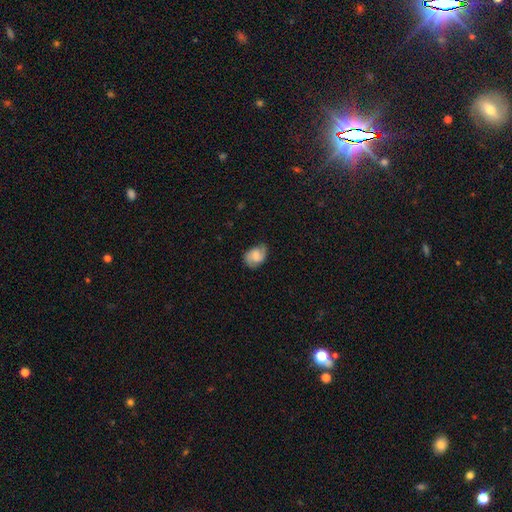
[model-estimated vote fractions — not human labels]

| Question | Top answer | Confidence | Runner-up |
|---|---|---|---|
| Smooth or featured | featured or disk | 51% | smooth (41%) |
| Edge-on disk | no | 97% | yes (3%) |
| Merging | none | 70% | minor disturbance (22%) |